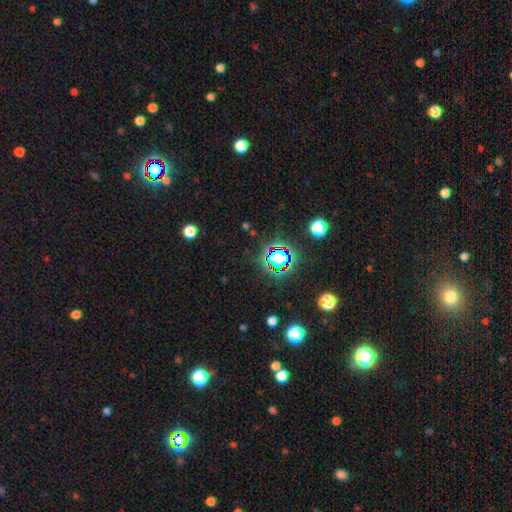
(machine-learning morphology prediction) type=star or artifact (77%).